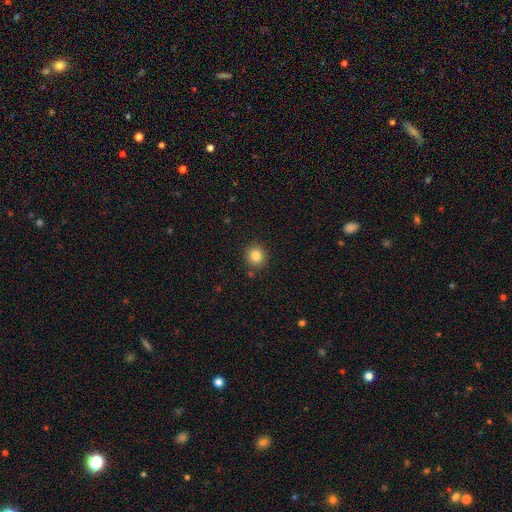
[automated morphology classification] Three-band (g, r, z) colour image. It shows a smooth galaxy with no disk features (84%) that is round (87%). Merging: none (87%).